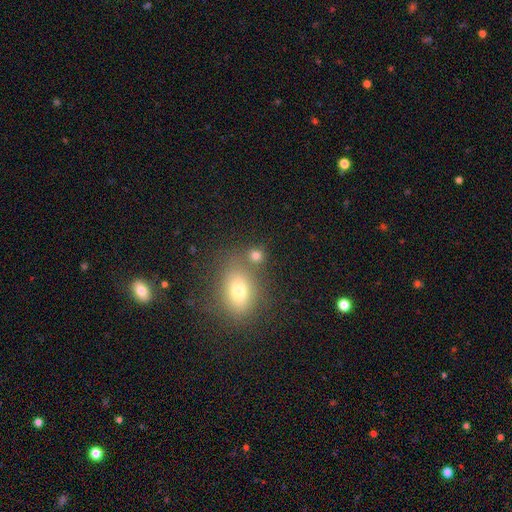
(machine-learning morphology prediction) Smooth or featured?
  - smooth: 77% *
  - star or artifact: 15%
  - featured or disk: 8%
How rounded?
  - round: 76% *
  - in between: 22%
  - cigar-shaped: 2%
Merging?
  - none: 65% *
  - merger: 21%
  - minor disturbance: 9%
  - major disturbance: 4%